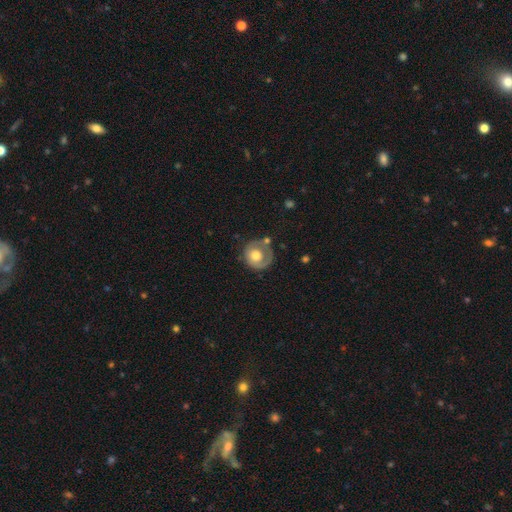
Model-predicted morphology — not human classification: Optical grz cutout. It shows a smooth galaxy with no disk features (50%) that is round (85%). Merging: none (56%).